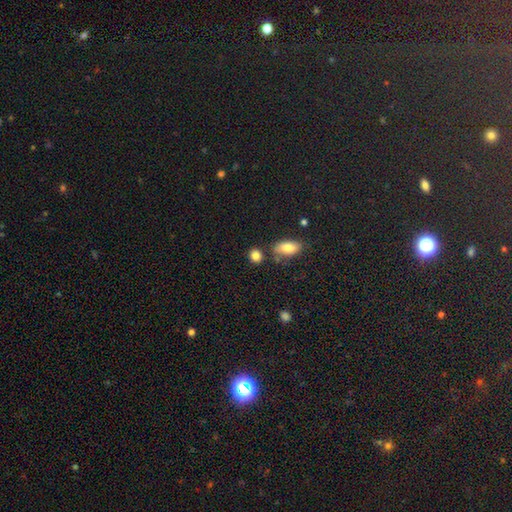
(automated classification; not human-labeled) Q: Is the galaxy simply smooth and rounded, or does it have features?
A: smooth — 85%.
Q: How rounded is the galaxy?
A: round — 66%.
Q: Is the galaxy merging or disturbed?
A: none — 74%.